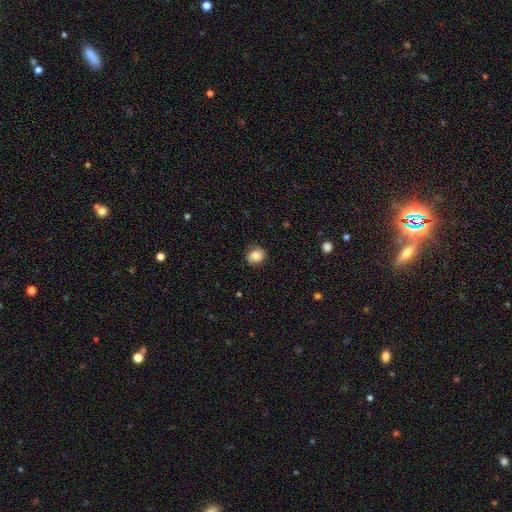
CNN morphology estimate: type=smooth (78%); roundness=round (67%); merging=none (79%).